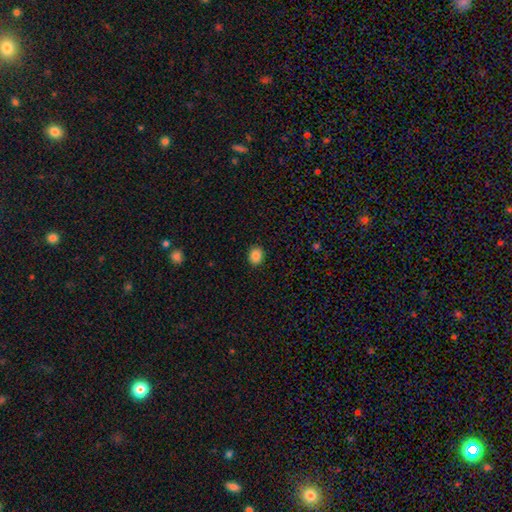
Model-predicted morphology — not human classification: smooth 85%, star or artifact 10%, featured or disk 5%. Down the decision tree: how rounded — round (58%); merging — none (91%).